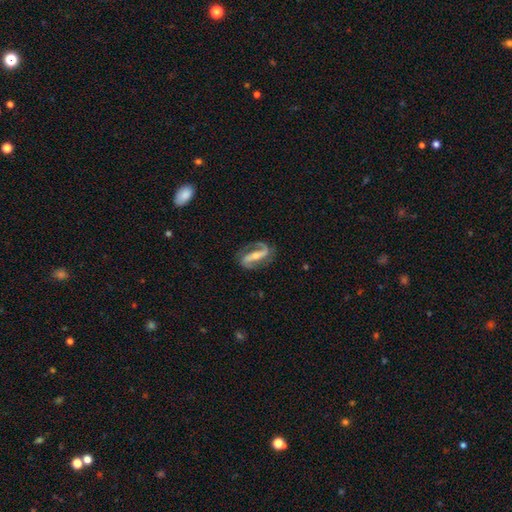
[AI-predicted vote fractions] This appears to be a featured or disk galaxy (89%) with a strong bar (62%), 2 (90%) medium (47%) spiral arms (96%) and a small central bulge (50%). Merging: none (80%).